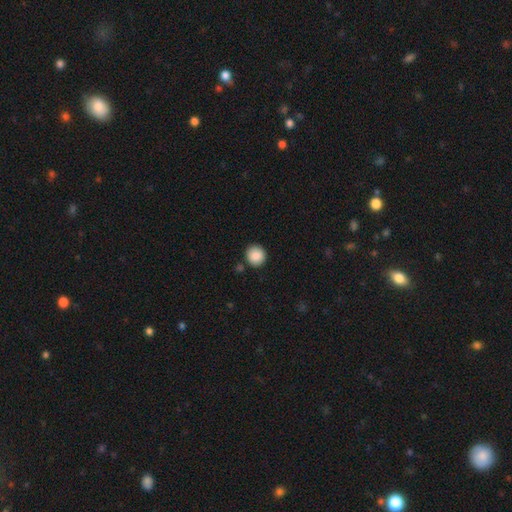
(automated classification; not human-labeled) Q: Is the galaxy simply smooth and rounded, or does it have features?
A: smooth — 88%.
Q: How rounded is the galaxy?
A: round — 93%.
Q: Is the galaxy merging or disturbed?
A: none — 88%.